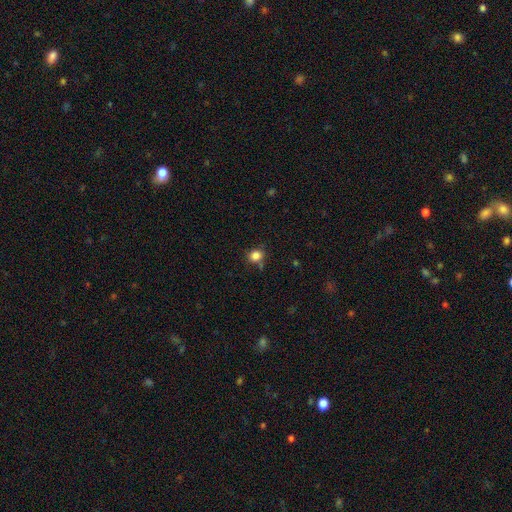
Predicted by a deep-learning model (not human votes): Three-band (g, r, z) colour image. It shows a smooth galaxy with no disk features (83%) that is round (78%). Merging: none (75%).